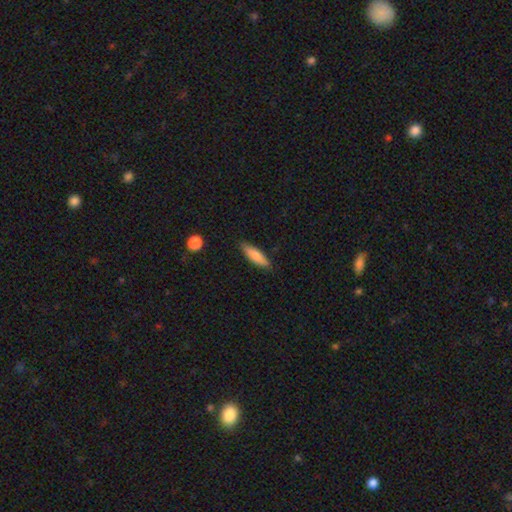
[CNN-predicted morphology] smooth 79%, featured or disk 15%, star or artifact 6%. Down the decision tree: how rounded — cigar-shaped (64%); merging — none (86%).